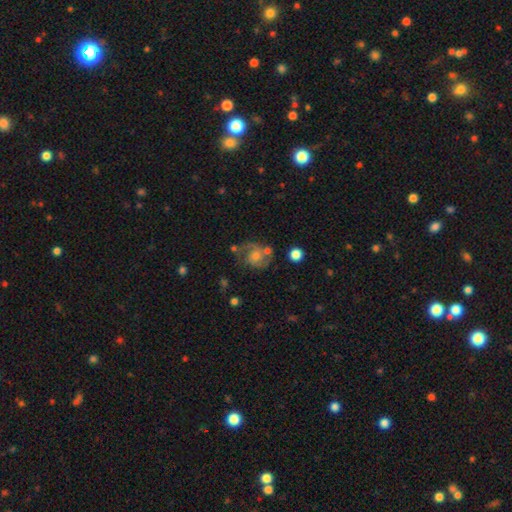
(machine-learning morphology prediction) This is likely a featured or disk galaxy (69%). It is clearly not viewed edge-on (98%). Bar: likely no (70%). Spiral arm pattern: clearly yes (90%). Spiral arm count: likely 2 (69%). Spiral winding: possibly medium (49%). Central bulge: marginally moderate (43%). Merging: possibly none (55%).